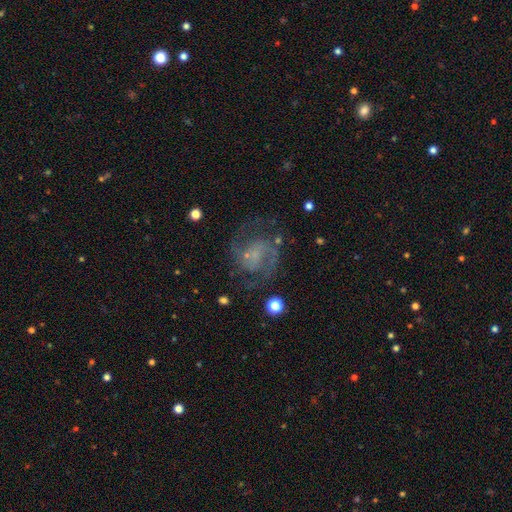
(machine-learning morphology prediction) type=featured or disk (80%); edge-on=no (98%); bar=no (54%); spiral arms=yes (94%); winding=medium (55%); arm count=2 (80%); bulge=small (48%); merging=none (69%).